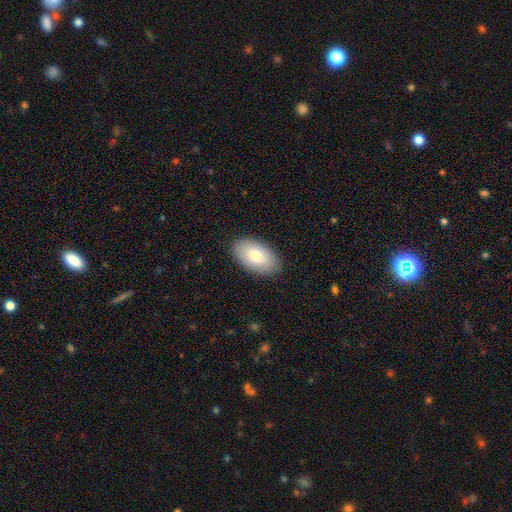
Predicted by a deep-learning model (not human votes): This is likely a smooth galaxy (80%). How rounded: clearly in between (95%). Merging: clearly none (88%).